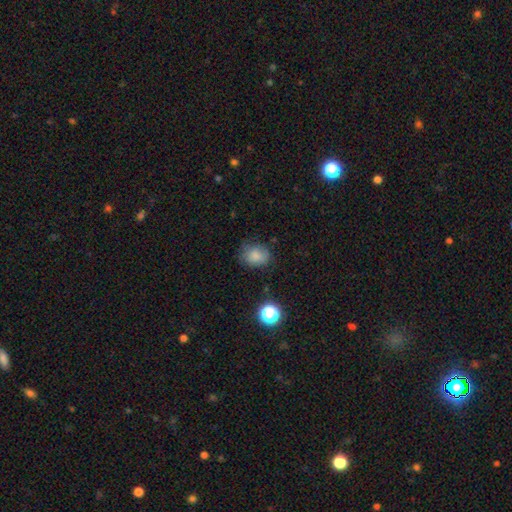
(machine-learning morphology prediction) Smooth or featured? smooth (80%)
How rounded? round (55%)
Merging? none (66%)